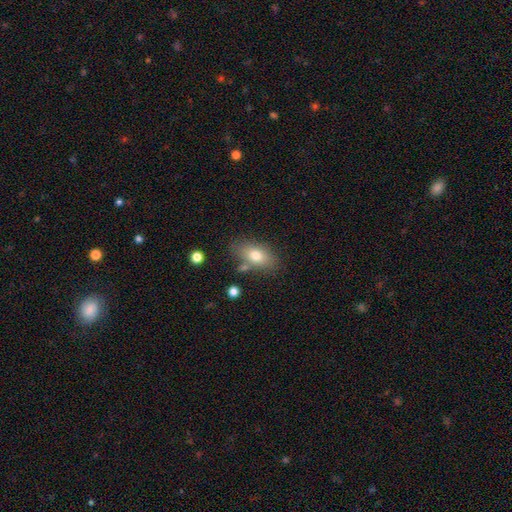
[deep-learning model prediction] Smooth or featured? smooth (75%)
How rounded? in between (86%)
Merging? none (71%)